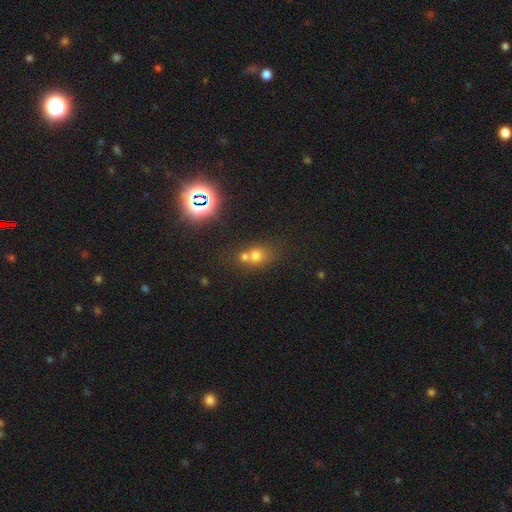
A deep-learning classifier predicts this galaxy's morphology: smooth 67%, star or artifact 20%, featured or disk 13%. Down the decision tree: how rounded — round (72%); merging — merger (50%).